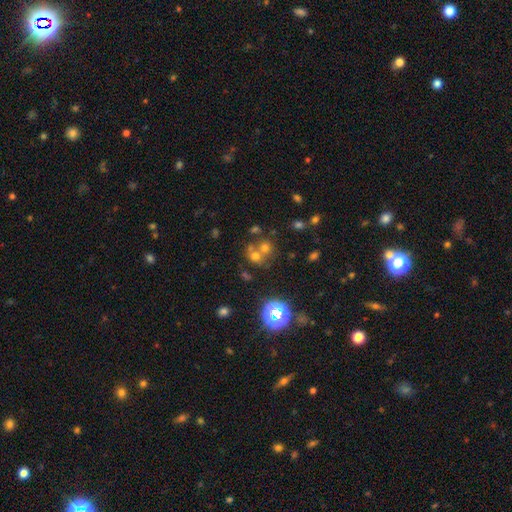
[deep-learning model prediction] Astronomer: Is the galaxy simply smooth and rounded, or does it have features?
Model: smooth — 56%.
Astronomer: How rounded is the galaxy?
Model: round — 79%.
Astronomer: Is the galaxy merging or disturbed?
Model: merger — 45% (runner-up: none, 43%).